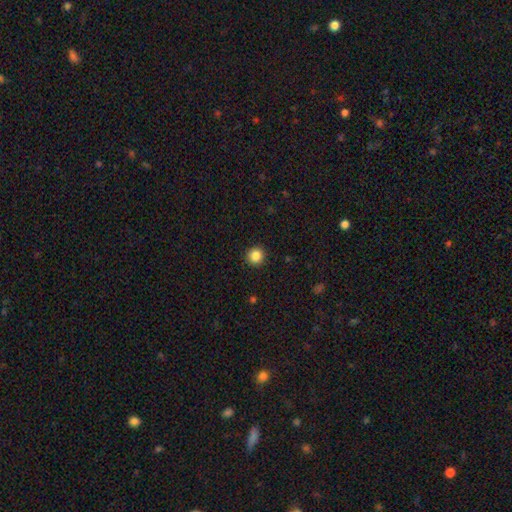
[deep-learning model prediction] smooth 85%, star or artifact 11%, featured or disk 4%. Down the decision tree: how rounded — round (94%); merging — none (93%).